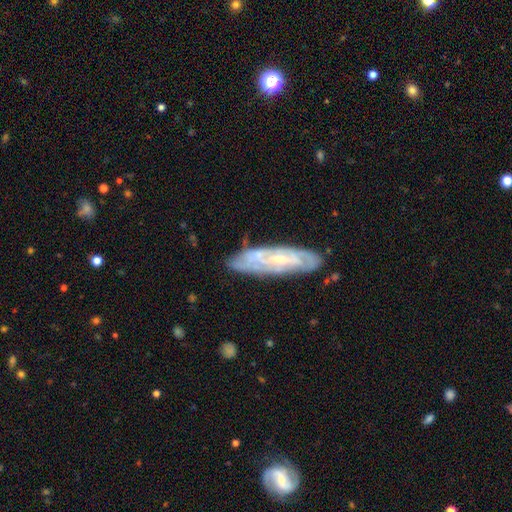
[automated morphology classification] A featured or disk galaxy (73%) with no bar (42%), spiral arms (80%) and a small central bulge (58%). Merging: none (72%).